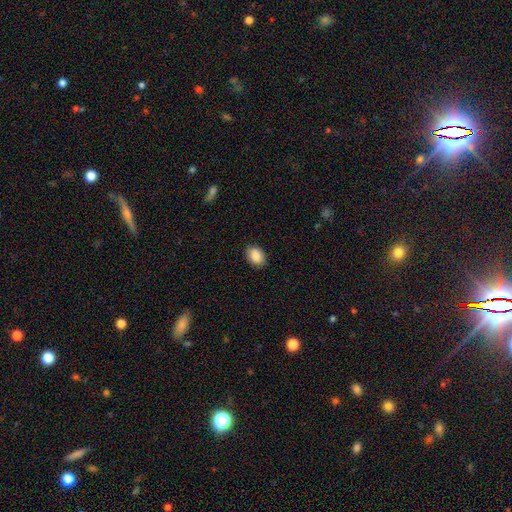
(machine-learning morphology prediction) Smooth or featured? smooth (87%)
How rounded? in between (78%)
Merging? none (88%)